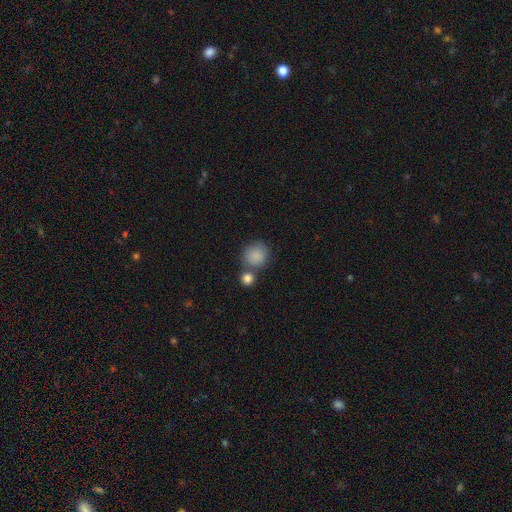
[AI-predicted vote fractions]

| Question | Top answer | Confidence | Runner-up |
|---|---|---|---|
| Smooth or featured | smooth | 87% | star or artifact (8%) |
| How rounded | round | 88% | in between (11%) |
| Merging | none | 62% | merger (24%) |